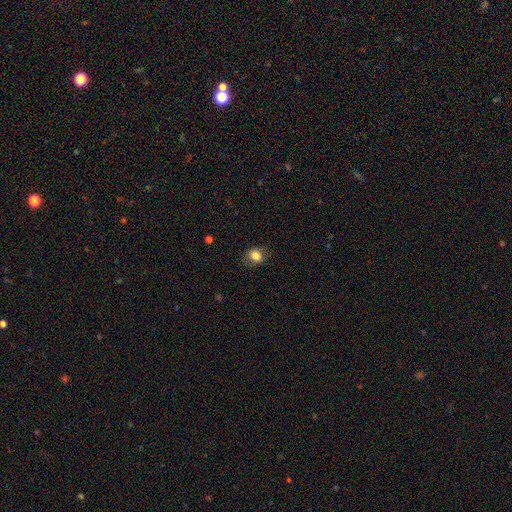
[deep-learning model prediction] A smooth galaxy with no disk features (82%) that is in between round and cigar-shaped (50%).

Vote fractions:
- Smooth or featured? smooth: 82% / star or artifact: 10% / featured or disk: 8%
- How rounded? in between: 50% / round: 49% / cigar-shaped: 1%
- Merging? none: 78% / minor disturbance: 16% / major disturbance: 5% / merger: 1%